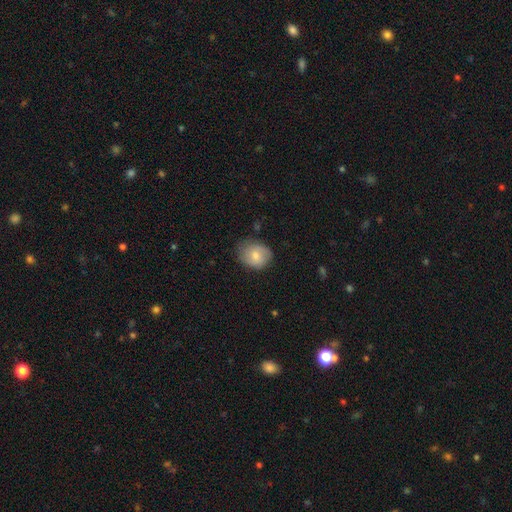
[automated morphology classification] Smooth or featured?
  - smooth: 70% *
  - featured or disk: 22%
  - star or artifact: 7%
How rounded?
  - round: 54% *
  - in between: 45%
  - cigar-shaped: 1%
Merging?
  - none: 72% *
  - minor disturbance: 22%
  - major disturbance: 5%
  - merger: 1%